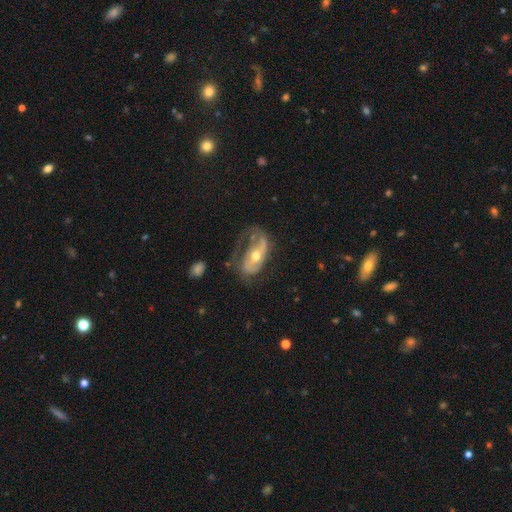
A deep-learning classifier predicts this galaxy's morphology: Q: Smooth or featured?
A: featured or disk (78%); runner-up: smooth (16%)
Q: Edge-on disk?
A: no (94%); runner-up: yes (6%)
Q: Bar?
A: no (49%); runner-up: weak (29%)
Q: Spiral arms?
A: yes (84%); runner-up: no (16%)
Q: Spiral winding?
A: medium (41%); runner-up: loose (36%)
Q: Spiral arm count?
A: 2 (59%); runner-up: 1 (26%)
Q: Bulge size?
A: moderate (72%); runner-up: small (20%)
Q: Merging?
A: none (41%); runner-up: major disturbance (33%)